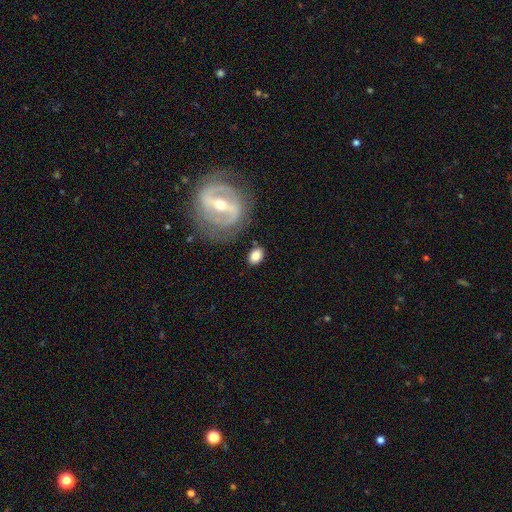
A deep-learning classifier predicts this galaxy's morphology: The model was most divided on "smooth or featured": smooth: 68%, featured or disk: 24%, star or artifact: 8%. More confident: merging — none (79%); how rounded — in between (75%).